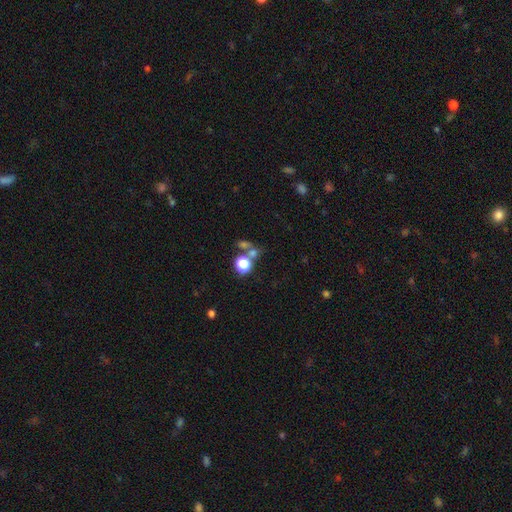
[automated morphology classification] Smooth or featured: smooth — 50% (star or artifact — 38%)
How rounded: round — 78% (in between — 19%)
Merging: none — 58% (merger — 27%)